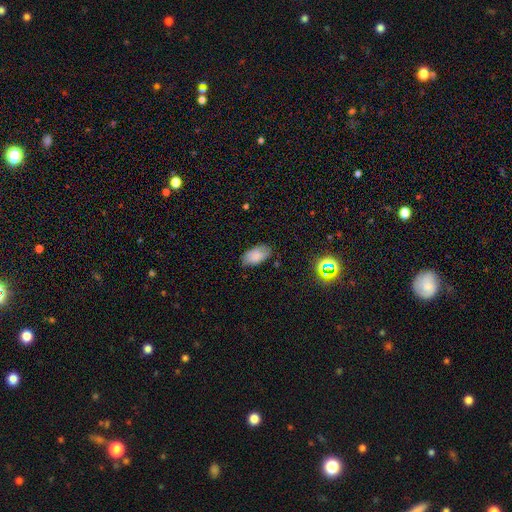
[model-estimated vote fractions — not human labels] Smooth or featured? Predicted: smooth (p=0.81). How rounded? Predicted: in between (p=0.94). Merging? Predicted: none (p=0.78).